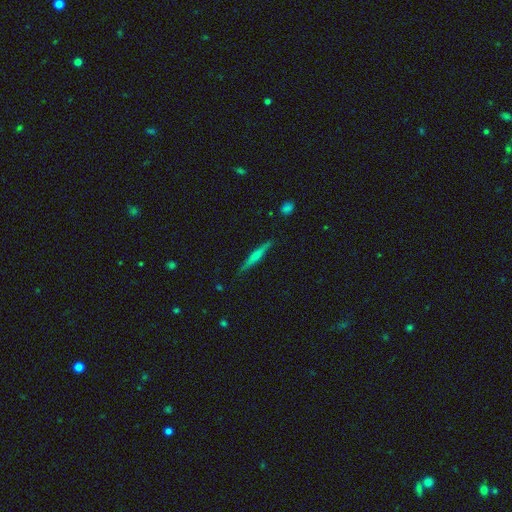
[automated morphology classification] This is possibly a smooth galaxy (49%). Merging: clearly none (87%).